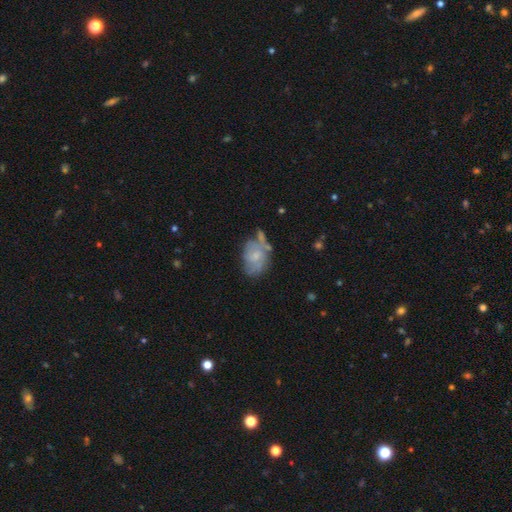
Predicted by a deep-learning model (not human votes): Q: Smooth or featured?
A: featured or disk (47%); runner-up: smooth (45%)
Q: Merging?
A: none (43%); runner-up: minor disturbance (29%)